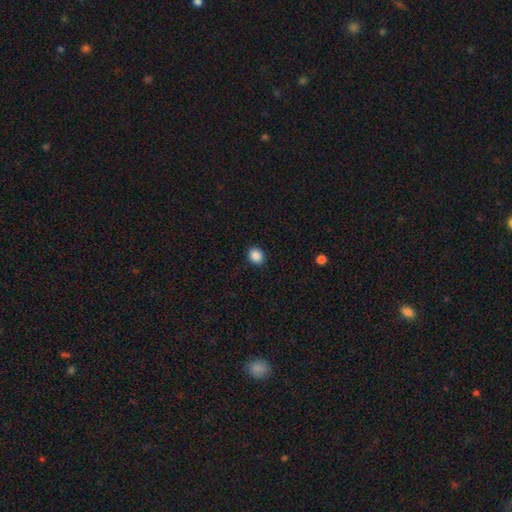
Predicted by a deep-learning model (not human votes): This appears to be a smooth galaxy with no disk features (87%) that is round (73%). Merging: none (91%).